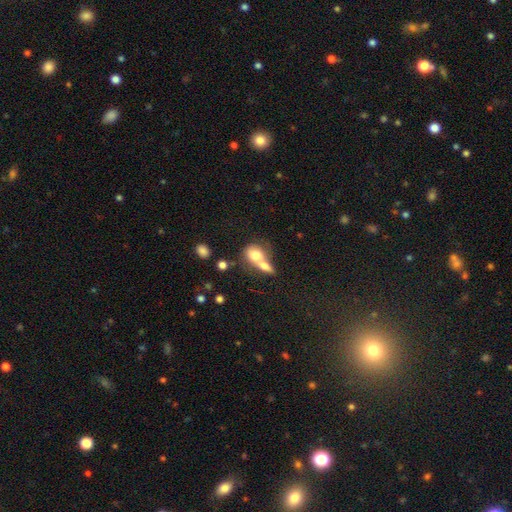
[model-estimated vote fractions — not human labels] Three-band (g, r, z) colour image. It shows a smooth galaxy with no disk features (73%) that is in between round and cigar-shaped (53%). Merging: merger (66%).